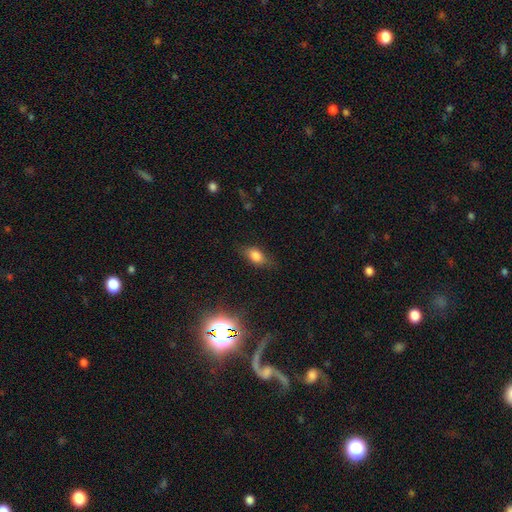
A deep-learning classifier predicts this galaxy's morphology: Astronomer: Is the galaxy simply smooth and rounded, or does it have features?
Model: smooth — 77%.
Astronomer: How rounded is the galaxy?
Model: in between — 83%.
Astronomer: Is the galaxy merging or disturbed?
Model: none — 76%.